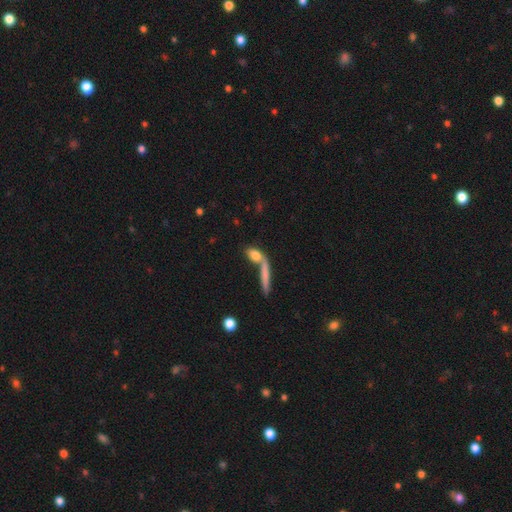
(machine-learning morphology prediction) This appears to be a smooth galaxy with no disk features (73%) that is in between round and cigar-shaped (54%). Merging: none (42%).